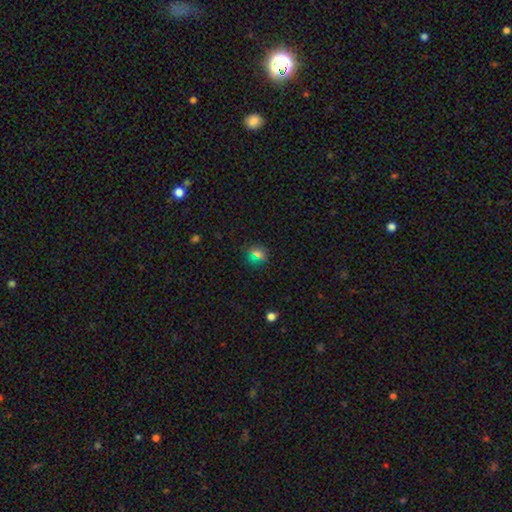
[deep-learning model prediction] Smooth or featured? smooth (66%)
How rounded? round (80%)
Merging? none (86%)